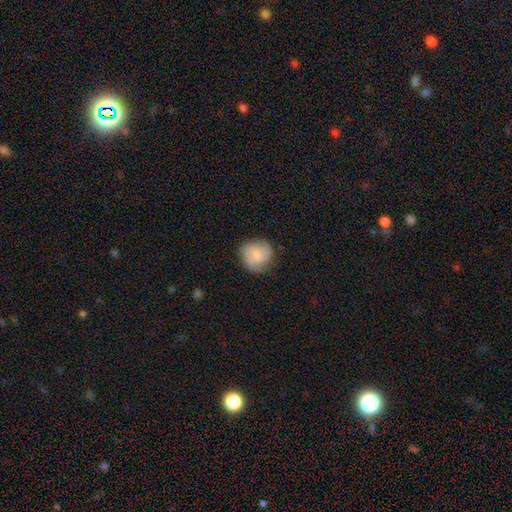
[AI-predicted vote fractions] smooth-or-featured: smooth: 62% | featured or disk: 31% | star or artifact: 7%
  how-rounded: round: 86% | in between: 13% | cigar-shaped: 1%
  merging: none: 74% | minor disturbance: 19% | major disturbance: 6% | merger: 1%